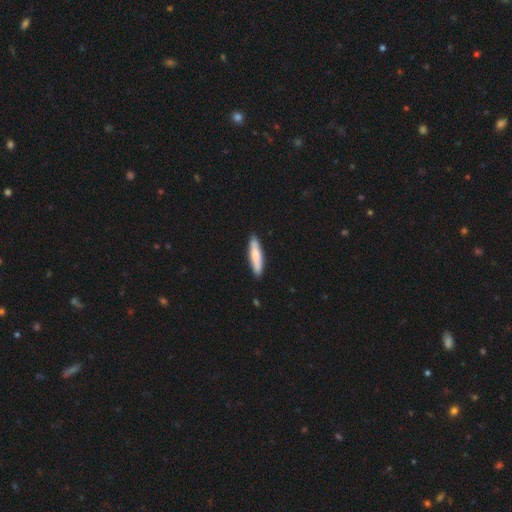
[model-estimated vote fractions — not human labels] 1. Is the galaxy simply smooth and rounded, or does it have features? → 75% smooth, 20% featured or disk, 5% star or artifact.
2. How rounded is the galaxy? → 80% cigar-shaped, 19% in between, 1% round.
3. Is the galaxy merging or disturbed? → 88% none, 9% minor disturbance, 2% major disturbance, 1% merger.